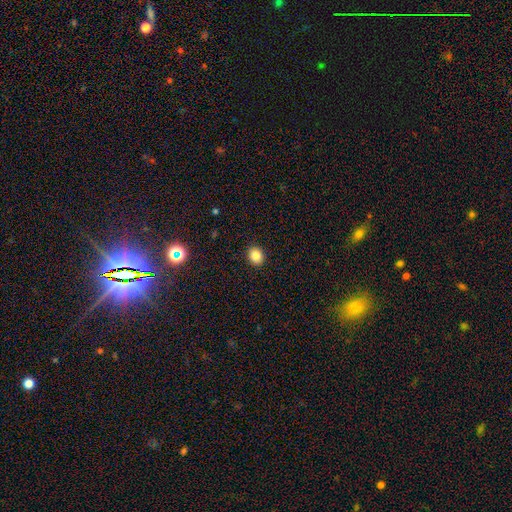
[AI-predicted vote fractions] Overall: smooth (84%). How rounded: round (66%; in between 33%). Merging: none (91%).